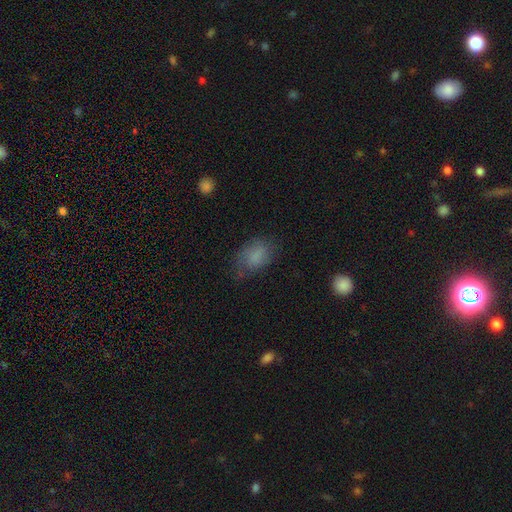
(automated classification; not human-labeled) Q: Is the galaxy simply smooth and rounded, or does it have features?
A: smooth — 76%.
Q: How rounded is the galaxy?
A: in between — 84%.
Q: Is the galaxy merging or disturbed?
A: none — 58%.